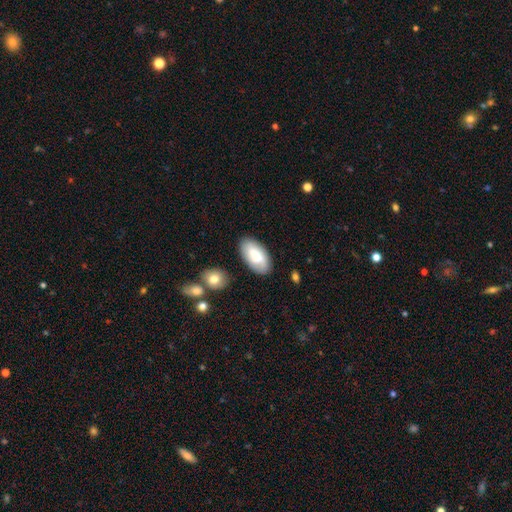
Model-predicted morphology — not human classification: A smooth galaxy with no disk features (69%) that is in between round and cigar-shaped (94%).

Vote fractions:
- Smooth or featured? smooth: 69% / featured or disk: 24% / star or artifact: 7%
- How rounded? in between: 94% / cigar-shaped: 4% / round: 3%
- Merging? none: 83% / minor disturbance: 12% / major disturbance: 3% / merger: 3%